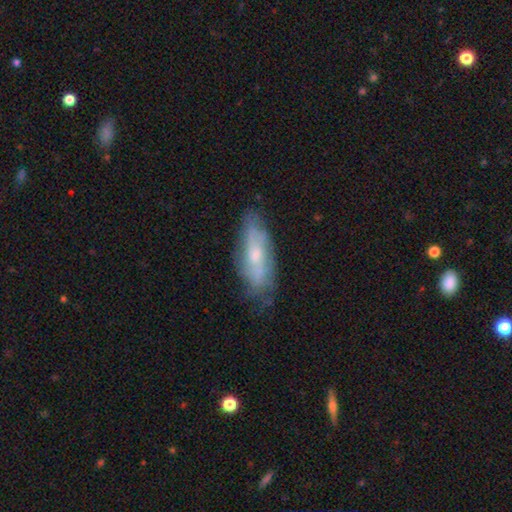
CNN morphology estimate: smooth_or_featured: featured or disk (p=0.51) [alt: smooth p=0.42]
disk_edge_on: no (p=0.73) [alt: yes p=0.27]
merging: none (p=0.68) [alt: minor disturbance p=0.24]